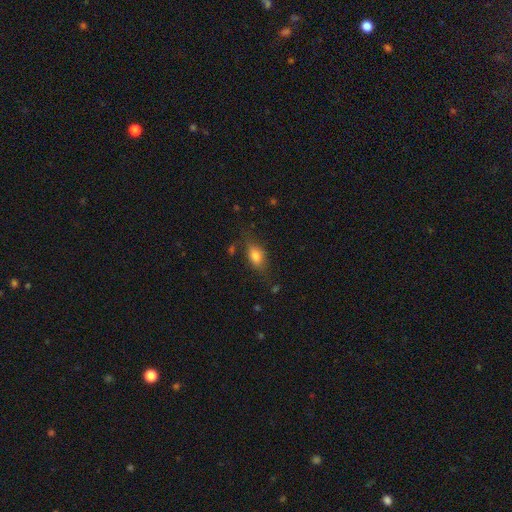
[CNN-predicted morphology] Q: Smooth or featured?
A: smooth (76%); runner-up: featured or disk (15%)
Q: How rounded?
A: in between (81%); runner-up: round (12%)
Q: Merging?
A: none (69%); runner-up: minor disturbance (21%)